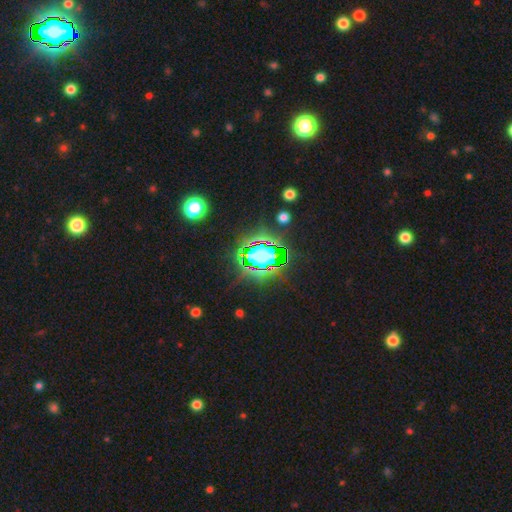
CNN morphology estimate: This appears to be a star or artifact, not a galaxy (71%).